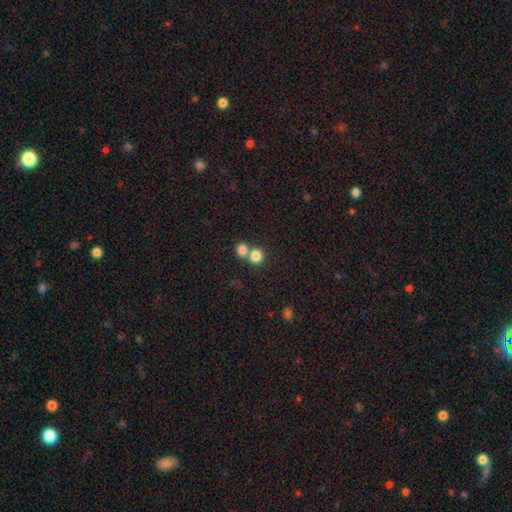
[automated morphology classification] This appears to be a smooth galaxy with no disk features (82%) that is round (85%). Merging: merger (47%).